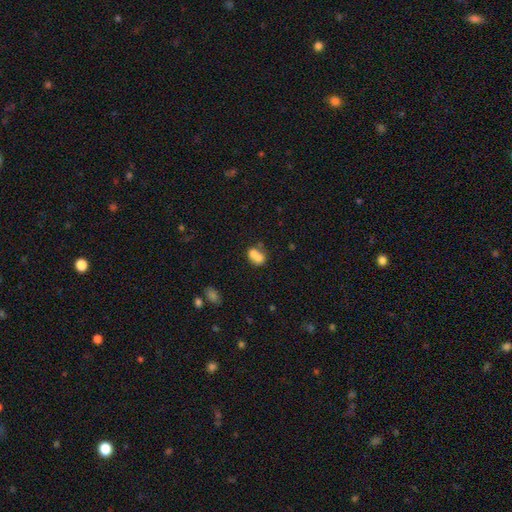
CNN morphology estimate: Q: Smooth or featured?
A: smooth (71%); runner-up: featured or disk (19%)
Q: How rounded?
A: in between (61%); runner-up: round (38%)
Q: Merging?
A: merger (57%); runner-up: none (27%)